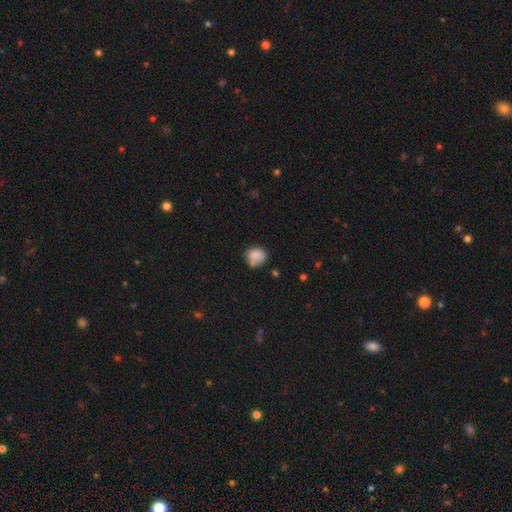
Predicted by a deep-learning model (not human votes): smooth_or_featured: smooth (p=0.82) [alt: star or artifact p=0.09]
how_rounded: round (p=0.74) [alt: in between p=0.25]
merging: none (p=0.57) [alt: minor disturbance p=0.28]